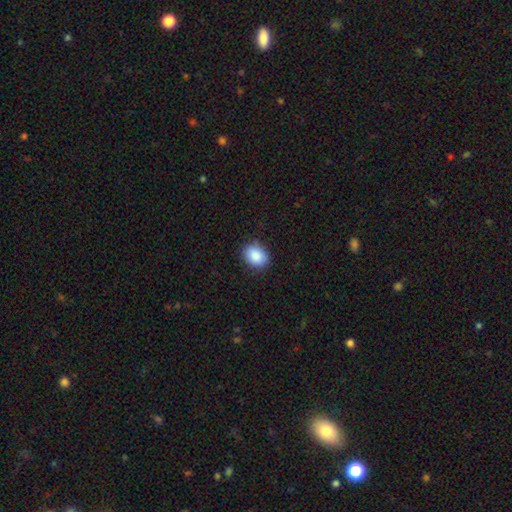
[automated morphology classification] A smooth galaxy with no disk features (89%) that is in between round and cigar-shaped (68%).

Vote fractions:
- Smooth or featured? smooth: 89% / star or artifact: 7% / featured or disk: 4%
- How rounded? in between: 68% / round: 31% / cigar-shaped: 1%
- Merging? none: 86% / minor disturbance: 11% / major disturbance: 2% / merger: 1%